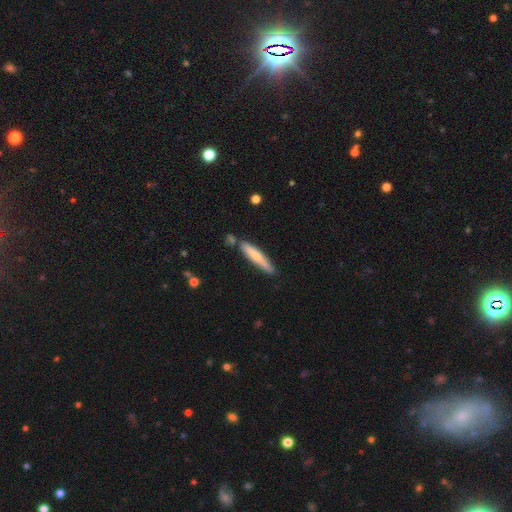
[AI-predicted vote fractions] smooth 68%, featured or disk 27%, star or artifact 5%. Down the decision tree: how rounded — cigar-shaped (91%); merging — none (75%).